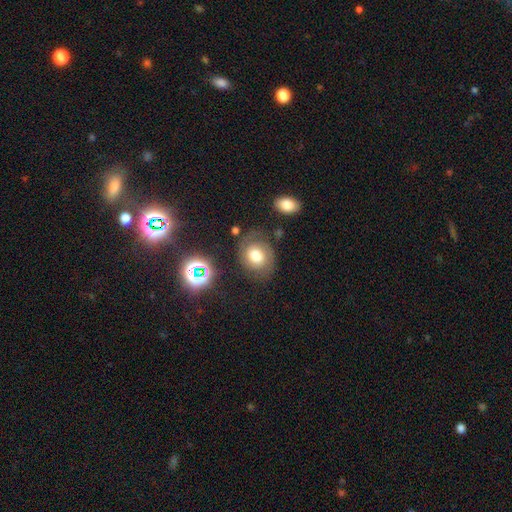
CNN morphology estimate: Smooth or featured: featured or disk — 44% (smooth — 42%)
Merging: none — 72% (minor disturbance — 17%)